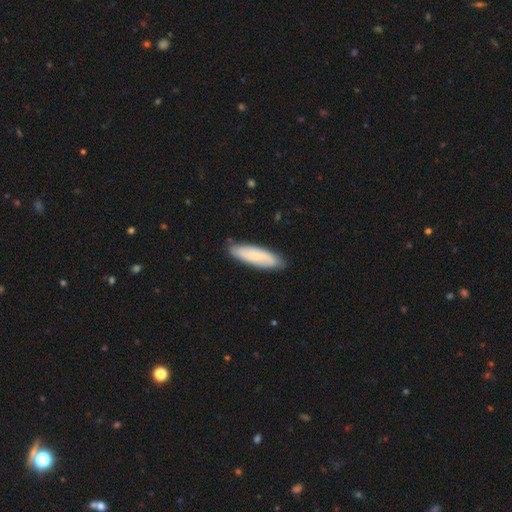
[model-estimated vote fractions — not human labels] Smooth or featured?
  - smooth: 65% *
  - featured or disk: 29%
  - star or artifact: 6%
How rounded?
  - cigar-shaped: 58% *
  - in between: 41%
  - round: 2%
Merging?
  - none: 83% *
  - minor disturbance: 13%
  - major disturbance: 2%
  - merger: 1%